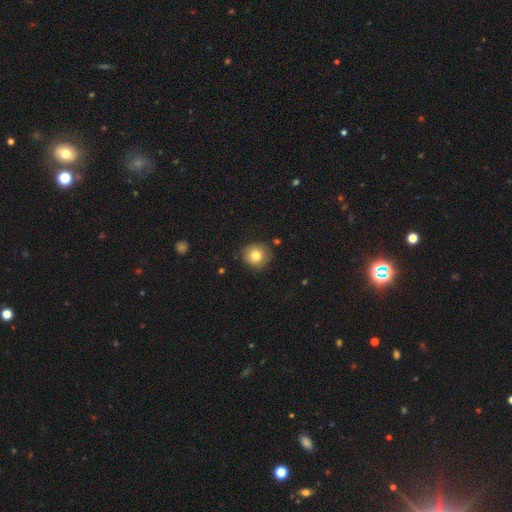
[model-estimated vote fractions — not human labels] A smooth galaxy with no disk features (79%) that is round (93%).

Vote fractions:
- Smooth or featured? smooth: 79% / star or artifact: 11% / featured or disk: 10%
- How rounded? round: 93% / in between: 6% / cigar-shaped: 1%
- Merging? none: 88% / minor disturbance: 9% / major disturbance: 2% / merger: 2%